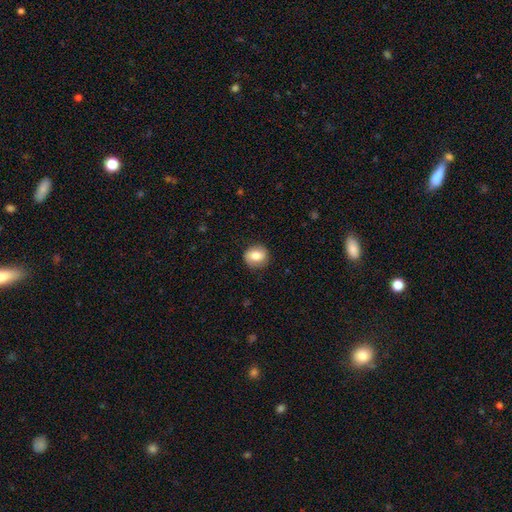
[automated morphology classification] The model was most divided on "how rounded": round: 78%, in between: 21%, cigar-shaped: 1%. More confident: merging — none (85%); smooth or featured — smooth (75%).